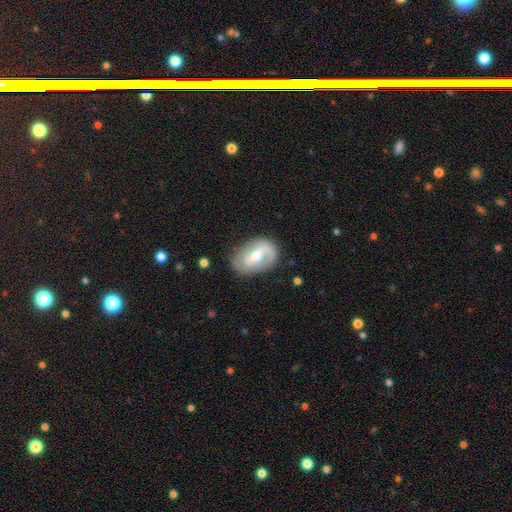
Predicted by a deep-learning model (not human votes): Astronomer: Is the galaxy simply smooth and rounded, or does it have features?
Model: featured or disk — 64%.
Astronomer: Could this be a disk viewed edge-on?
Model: no — 95%.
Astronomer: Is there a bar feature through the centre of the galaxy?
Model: weak — 46% (runner-up: strong, 32%).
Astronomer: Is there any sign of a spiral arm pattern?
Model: yes — 69%.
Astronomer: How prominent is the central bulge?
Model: moderate — 63%.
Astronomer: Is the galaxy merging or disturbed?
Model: none — 71%.